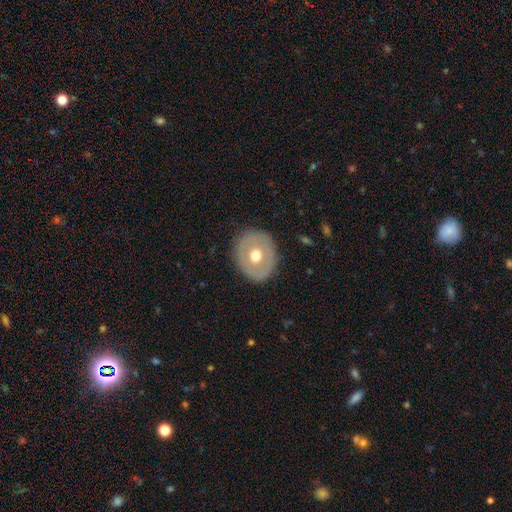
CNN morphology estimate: Smooth or featured? Predicted: smooth (p=0.50). Merging? Predicted: none (p=0.85).